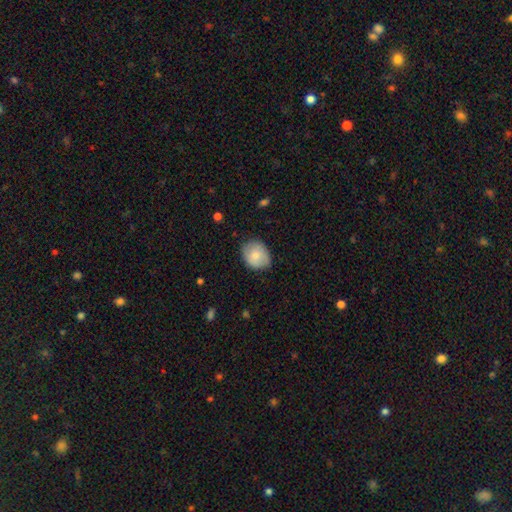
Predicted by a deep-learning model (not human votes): The model was most divided on "how rounded": round: 56%, in between: 43%, cigar-shaped: 1%. More confident: smooth or featured — smooth (78%); merging — none (77%).